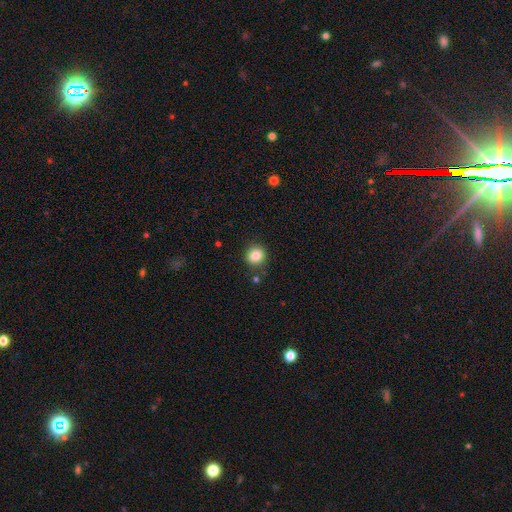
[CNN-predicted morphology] Smooth or featured?
  - smooth: 84% *
  - star or artifact: 11%
  - featured or disk: 5%
How rounded?
  - round: 85% *
  - in between: 14%
  - cigar-shaped: 1%
Merging?
  - none: 87% *
  - minor disturbance: 8%
  - merger: 2%
  - major disturbance: 2%